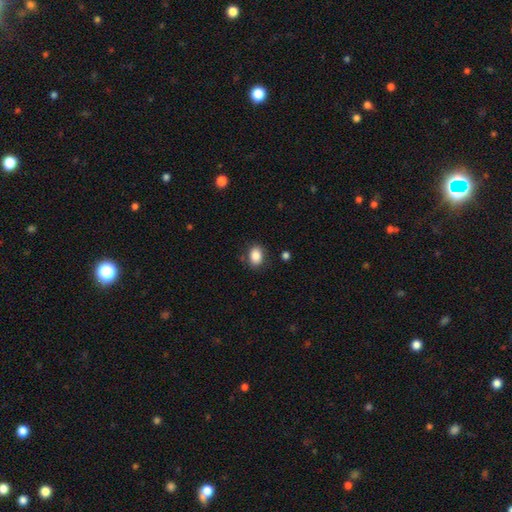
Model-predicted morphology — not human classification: smooth_or_featured: smooth (p=0.86) [alt: star or artifact p=0.09]
how_rounded: in between (p=0.69) [alt: round p=0.30]
merging: none (p=0.82) [alt: minor disturbance p=0.12]